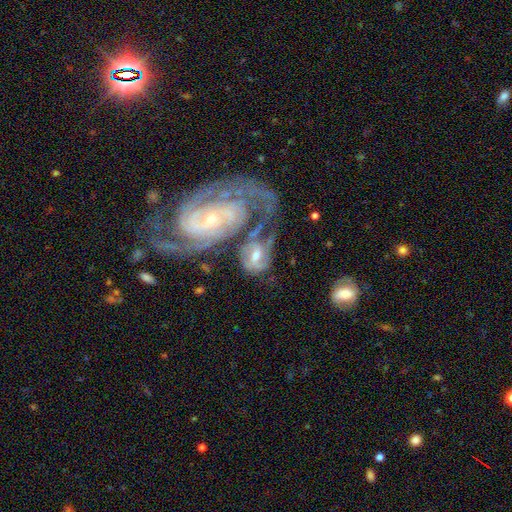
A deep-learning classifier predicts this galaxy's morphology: A featured or disk galaxy (76%) with a weak bar (43%), 2 (42%) tight (55%) spiral arms (90%) and a moderate central bulge (53%). Merging: merger (43%).